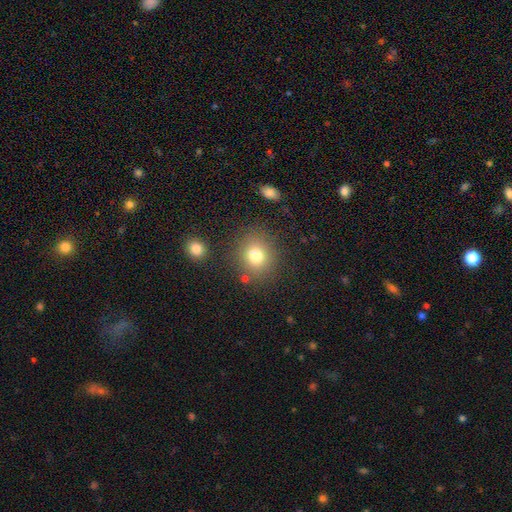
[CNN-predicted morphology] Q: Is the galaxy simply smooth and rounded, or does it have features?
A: smooth — 79%.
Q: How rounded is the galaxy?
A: round — 75%.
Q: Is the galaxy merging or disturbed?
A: none — 81%.